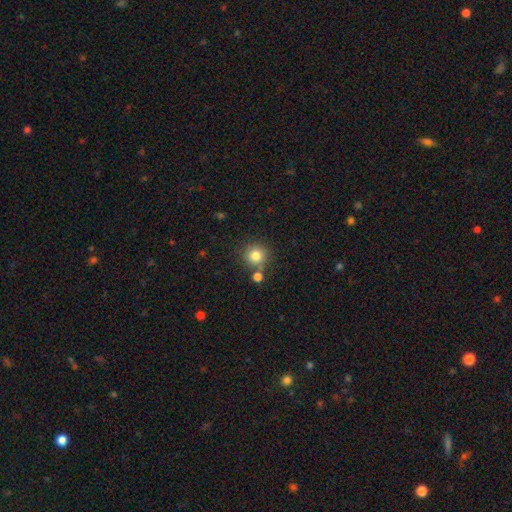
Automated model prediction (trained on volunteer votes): Smooth or featured? Predicted: smooth (p=0.81). How rounded? Predicted: round (p=0.93). Merging? Predicted: none (p=0.73).